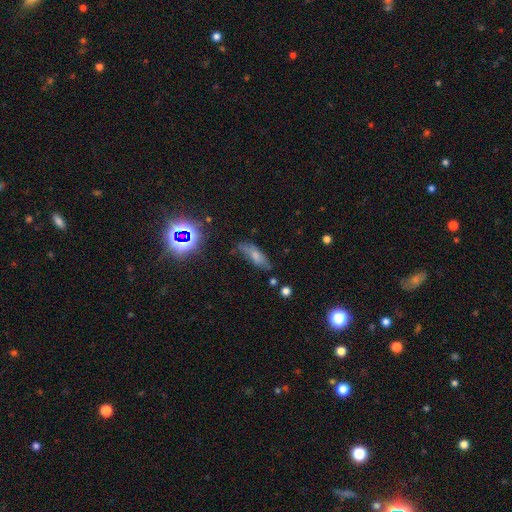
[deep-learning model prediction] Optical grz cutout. It shows a smooth galaxy with no disk features (65%) that is in between round and cigar-shaped (58%). Merging: none (55%).